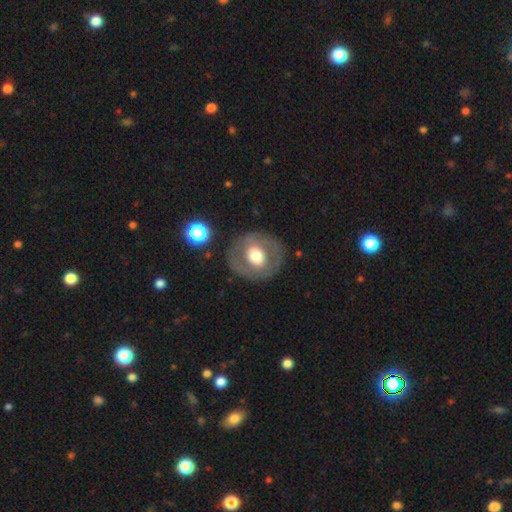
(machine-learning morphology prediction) Smooth or featured? Predicted: smooth (p=0.48). Merging? Predicted: none (p=0.81).